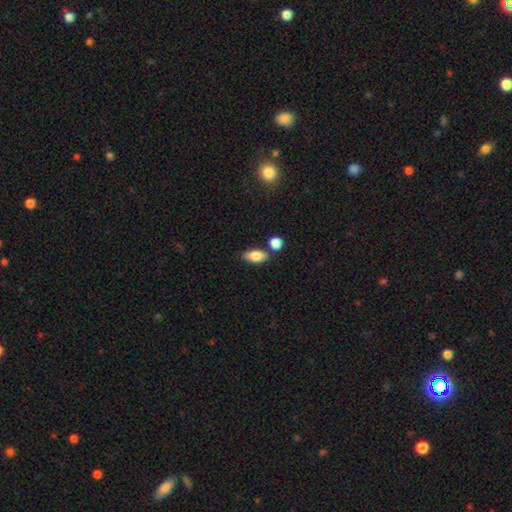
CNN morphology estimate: Smooth or featured? Predicted: smooth (p=0.81). How rounded? Predicted: in between (p=0.86). Merging? Predicted: none (p=0.67).